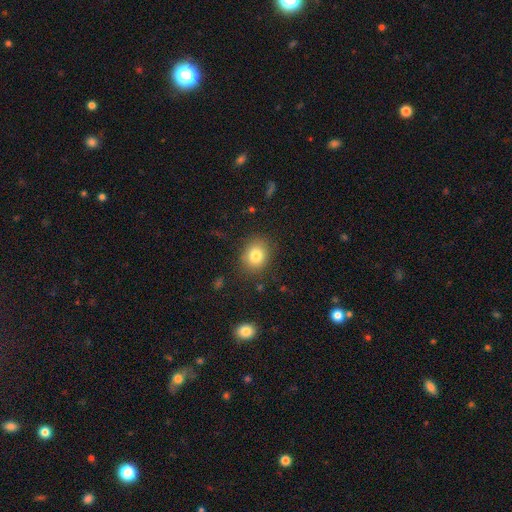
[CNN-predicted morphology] Smooth or featured: smooth — 81% (star or artifact — 11%)
How rounded: round — 61% (in between — 38%)
Merging: none — 84% (minor disturbance — 11%)